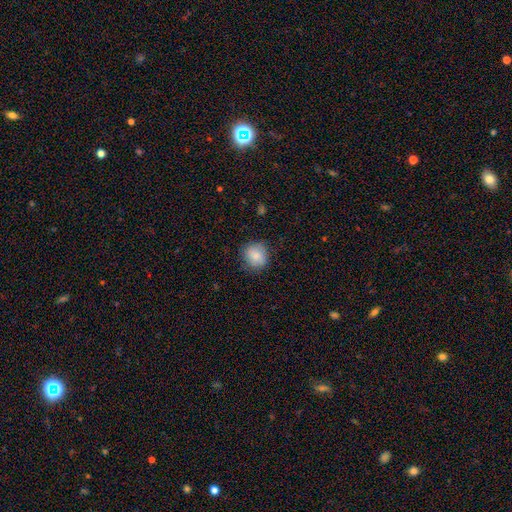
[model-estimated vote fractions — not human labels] Q: Smooth or featured?
A: smooth (83%); runner-up: featured or disk (9%)
Q: How rounded?
A: round (80%); runner-up: in between (19%)
Q: Merging?
A: none (80%); runner-up: minor disturbance (15%)